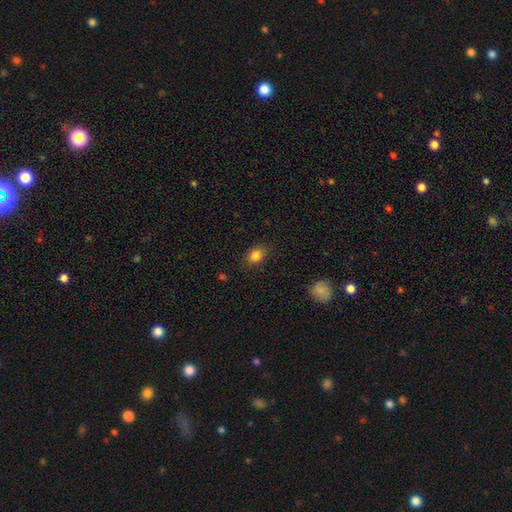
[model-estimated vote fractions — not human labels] The model was most divided on "how rounded": in between: 67%, round: 31%, cigar-shaped: 1%. More confident: smooth or featured — smooth (84%); merging — none (84%).